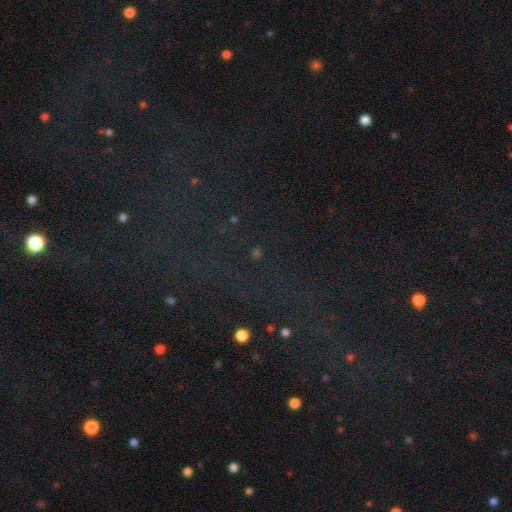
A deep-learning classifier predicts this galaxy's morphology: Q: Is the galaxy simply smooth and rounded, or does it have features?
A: star or artifact — 75%.